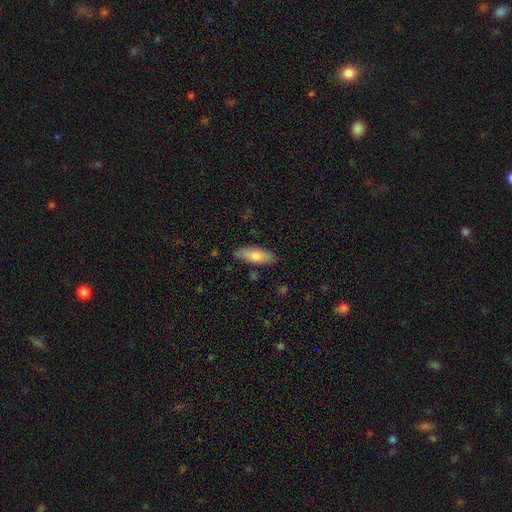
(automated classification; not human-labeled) smooth_or_featured: smooth (p=0.77) [alt: featured or disk p=0.17]
how_rounded: in between (p=0.69) [alt: cigar-shaped p=0.29]
merging: none (p=0.82) [alt: minor disturbance p=0.14]